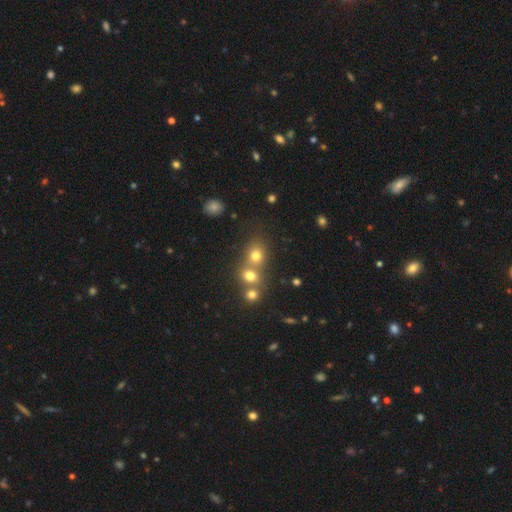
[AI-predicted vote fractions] A smooth galaxy with no disk features (72%) that is round (70%).

Vote fractions:
- Smooth or featured? smooth: 72% / star or artifact: 17% / featured or disk: 11%
- How rounded? round: 70% / in between: 29% / cigar-shaped: 1%
- Merging? none: 46% / merger: 42% / minor disturbance: 8% / major disturbance: 4%